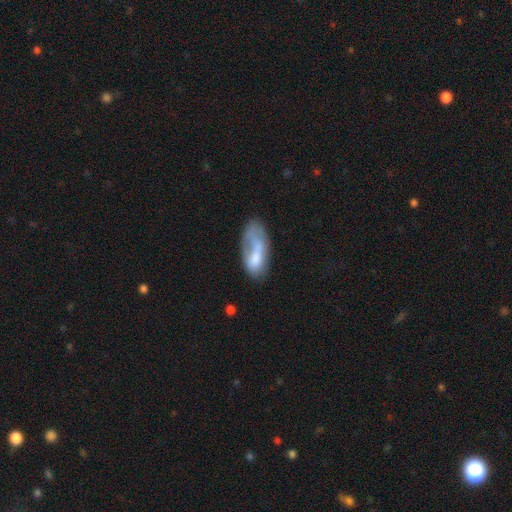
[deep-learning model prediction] smooth-or-featured: smooth: 61% | featured or disk: 31% | star or artifact: 7%
  how-rounded: in between: 89% | cigar-shaped: 8% | round: 3%
  merging: none: 35% | major disturbance: 29% | minor disturbance: 29% | merger: 8%